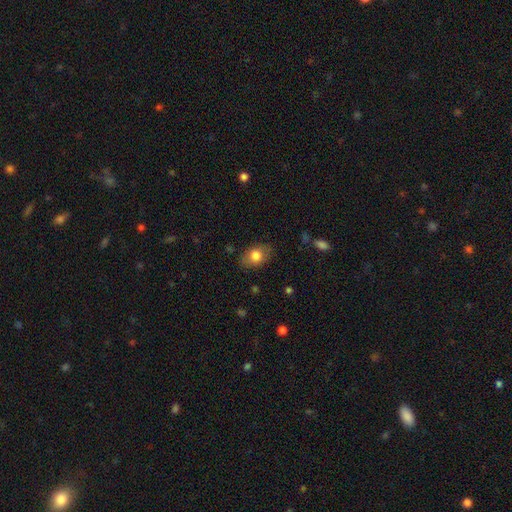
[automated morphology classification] This appears to be a smooth galaxy with no disk features (77%) that is in between round and cigar-shaped (78%). Merging: none (80%).